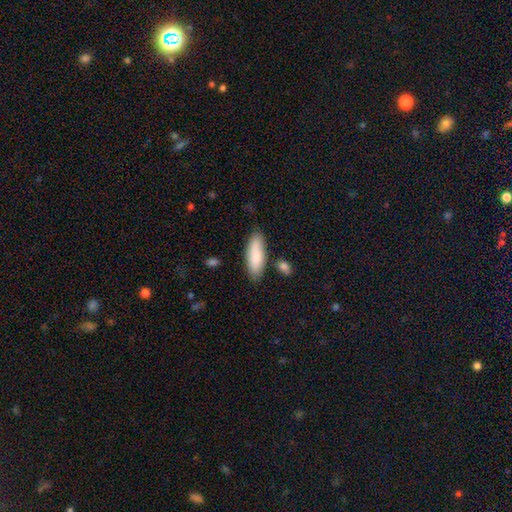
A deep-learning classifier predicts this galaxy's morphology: Q: Smooth or featured?
A: smooth (86%); runner-up: featured or disk (8%)
Q: How rounded?
A: in between (63%); runner-up: cigar-shaped (36%)
Q: Merging?
A: none (81%); runner-up: minor disturbance (12%)